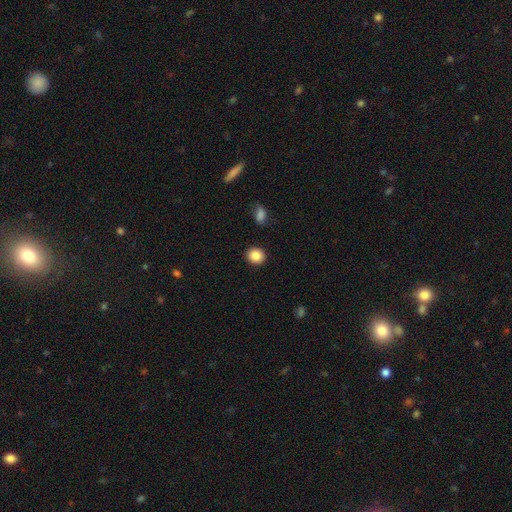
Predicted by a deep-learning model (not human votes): A smooth galaxy with no disk features (87%) that is round (82%).

Vote fractions:
- Smooth or featured? smooth: 87% / star or artifact: 9% / featured or disk: 4%
- How rounded? round: 82% / in between: 17% / cigar-shaped: 1%
- Merging? none: 91% / minor disturbance: 6% / major disturbance: 2% / merger: 2%